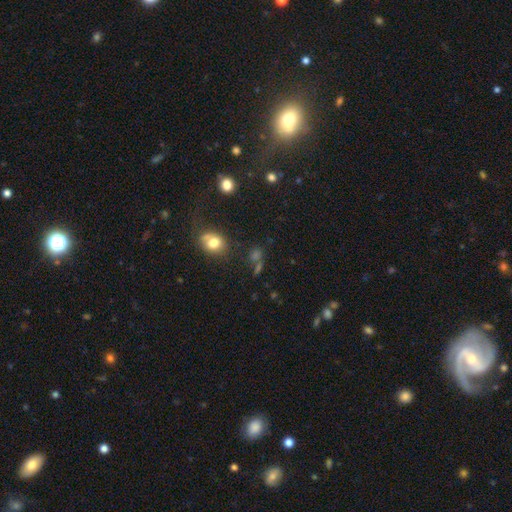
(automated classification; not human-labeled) smooth_or_featured: smooth (p=0.60) [alt: star or artifact p=0.29]
how_rounded: round (p=0.62) [alt: in between p=0.34]
merging: none (p=0.63) [alt: merger p=0.16]